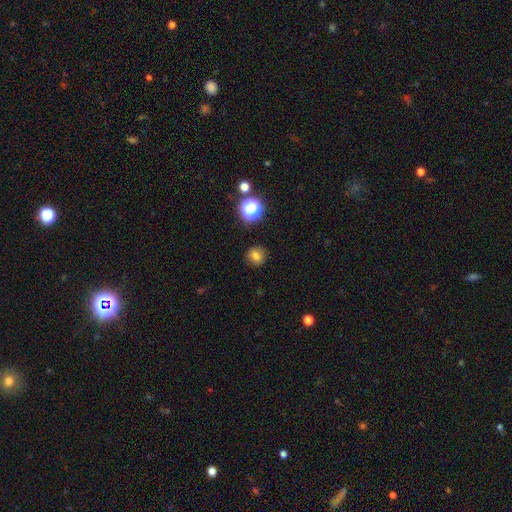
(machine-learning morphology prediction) This is likely a smooth galaxy (77%). How rounded: clearly round (88%). Merging: clearly none (87%).